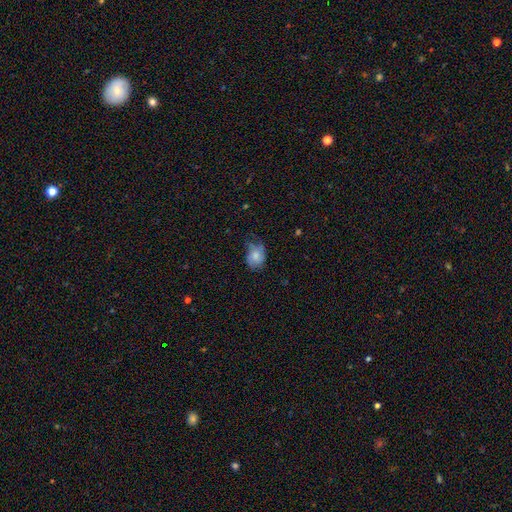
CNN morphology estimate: smooth_or_featured: smooth (p=0.70) [alt: featured or disk p=0.22]
how_rounded: in between (p=0.63) [alt: round p=0.36]
merging: none (p=0.50) [alt: minor disturbance p=0.35]